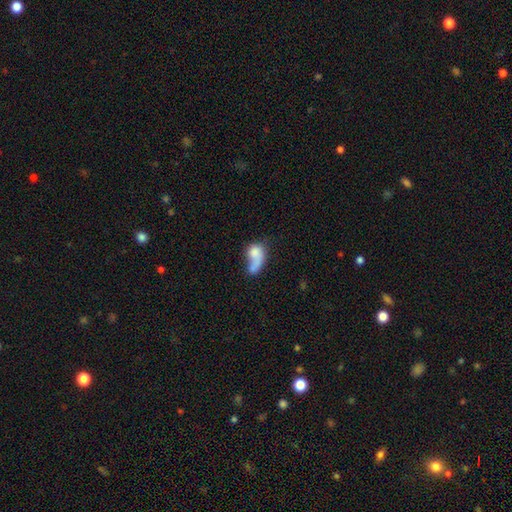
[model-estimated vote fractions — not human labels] This appears to be a smooth galaxy with no disk features (68%) that is in between round and cigar-shaped (73%). Merging: merger (39%).